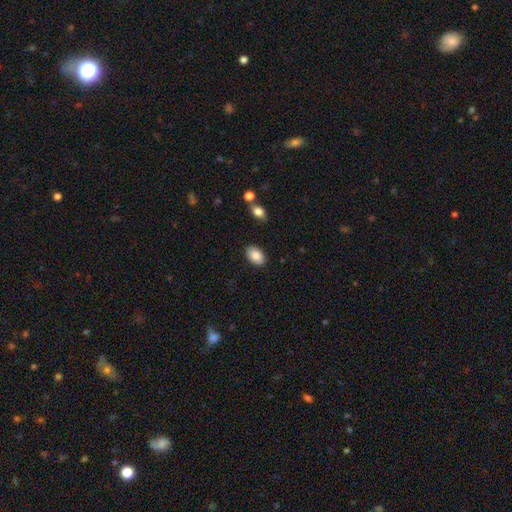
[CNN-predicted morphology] smooth-or-featured: smooth: 88% | star or artifact: 7% | featured or disk: 5%
  how-rounded: in between: 90% | round: 9% | cigar-shaped: 1%
  merging: none: 87% | minor disturbance: 9% | major disturbance: 2% | merger: 2%